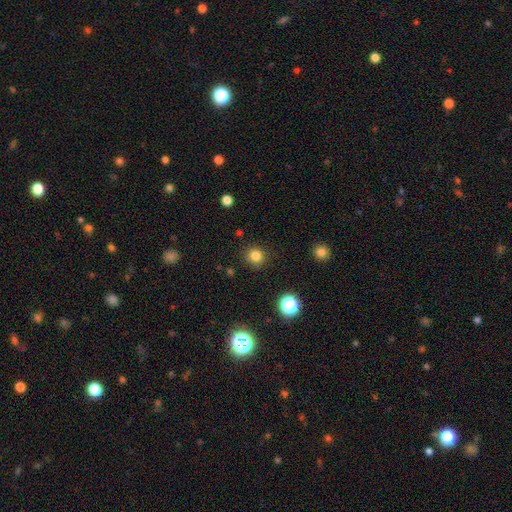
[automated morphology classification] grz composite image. It shows a smooth galaxy with no disk features (82%) that is round (90%). Merging: none (88%).